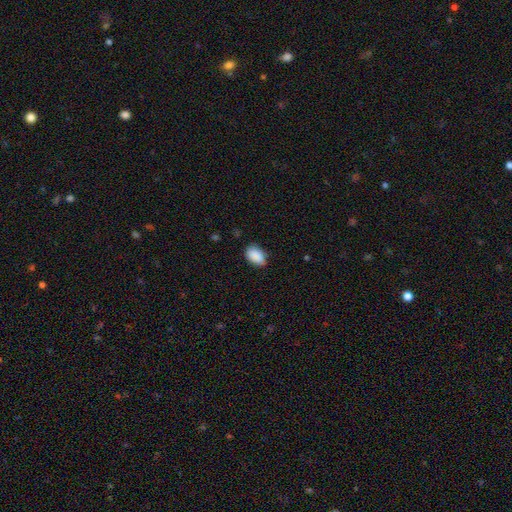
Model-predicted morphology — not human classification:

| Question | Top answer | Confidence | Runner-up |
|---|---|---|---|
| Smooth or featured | smooth | 90% | star or artifact (7%) |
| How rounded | in between | 90% | round (9%) |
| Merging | none | 74% | minor disturbance (22%) |